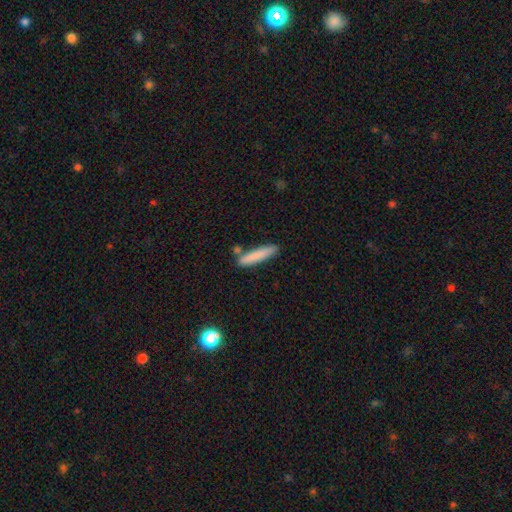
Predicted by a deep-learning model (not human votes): smooth 82%, featured or disk 12%, star or artifact 6%. Down the decision tree: how rounded — cigar-shaped (89%); merging — none (79%).